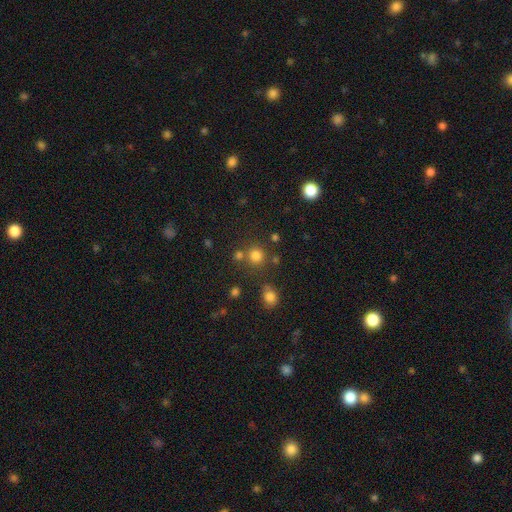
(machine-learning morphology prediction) type=smooth (78%); roundness=round (91%); merging=none (73%).